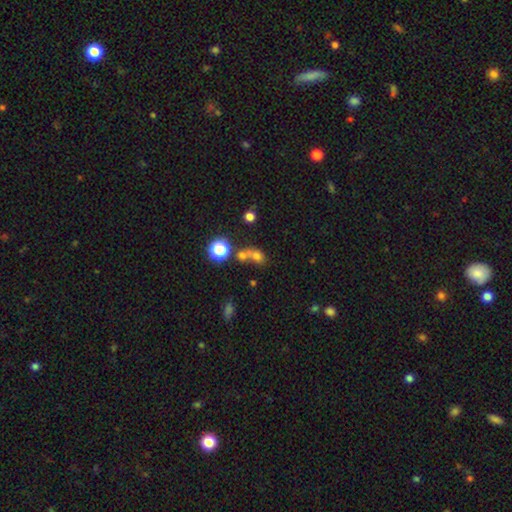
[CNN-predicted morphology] A smooth galaxy with no disk features (65%) that is round (64%).

Vote fractions:
- Smooth or featured? smooth: 65% / star or artifact: 22% / featured or disk: 13%
- How rounded? round: 64% / in between: 34% / cigar-shaped: 2%
- Merging? merger: 52% / none: 34% / minor disturbance: 8% / major disturbance: 5%